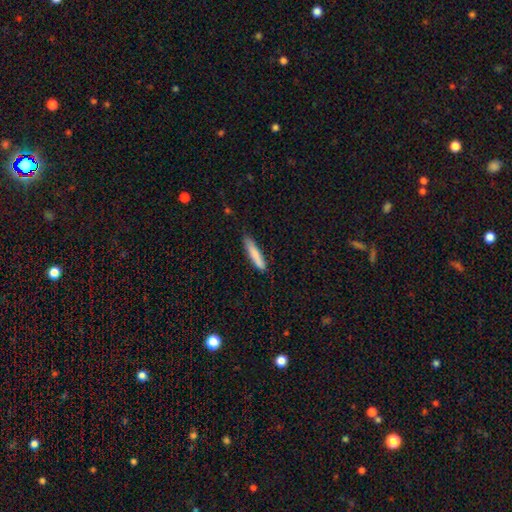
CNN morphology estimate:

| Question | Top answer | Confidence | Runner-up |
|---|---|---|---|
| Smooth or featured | smooth | 80% | featured or disk (14%) |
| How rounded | cigar-shaped | 86% | in between (13%) |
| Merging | none | 77% | minor disturbance (18%) |